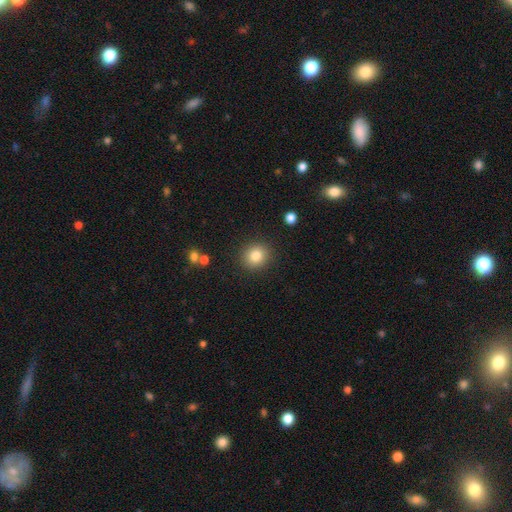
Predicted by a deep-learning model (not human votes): Smooth or featured? Predicted: smooth (p=0.83). How rounded? Predicted: round (p=0.85). Merging? Predicted: none (p=0.89).